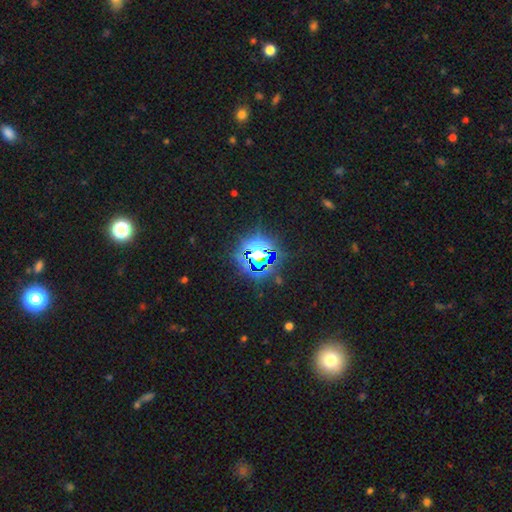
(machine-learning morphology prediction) A star or artifact, not a galaxy (78%).

Vote fractions:
- Smooth or featured? star or artifact: 78% / smooth: 14% / featured or disk: 9%